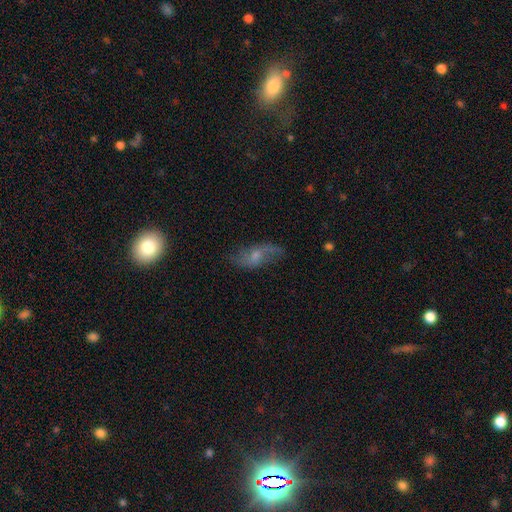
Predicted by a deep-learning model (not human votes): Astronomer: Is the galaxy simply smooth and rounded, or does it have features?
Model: featured or disk — 60%.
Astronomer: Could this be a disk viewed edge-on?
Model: no — 89%.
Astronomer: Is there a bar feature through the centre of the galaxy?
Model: no — 55% (runner-up: weak, 38%).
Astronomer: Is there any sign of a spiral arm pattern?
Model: yes — 84%.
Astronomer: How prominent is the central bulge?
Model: moderate — 44% (runner-up: small, 43%).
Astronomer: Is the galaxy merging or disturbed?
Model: none — 67%.